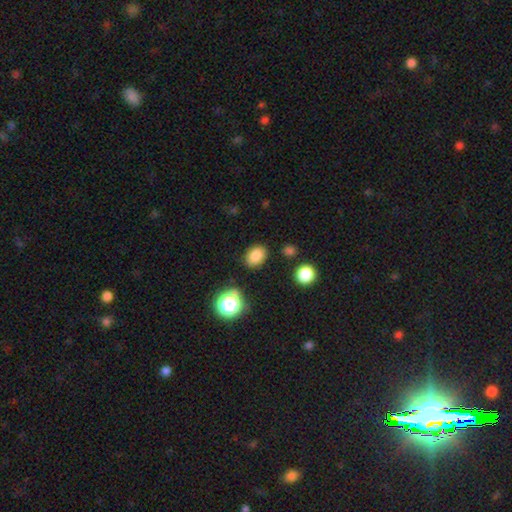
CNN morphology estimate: Smooth or featured? smooth (83%)
How rounded? in between (64%)
Merging? none (85%)